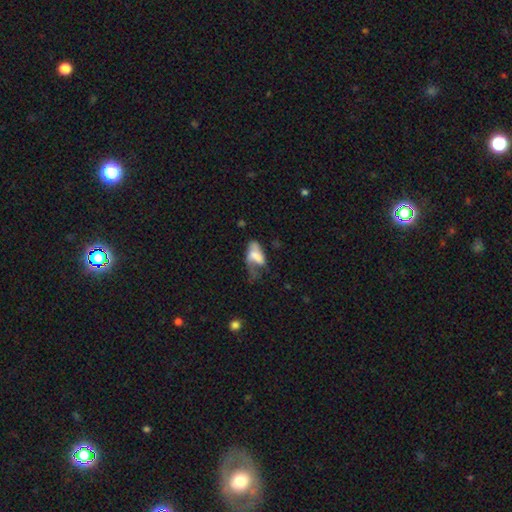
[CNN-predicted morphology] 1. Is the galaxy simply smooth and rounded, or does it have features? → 55% smooth, 35% featured or disk, 10% star or artifact.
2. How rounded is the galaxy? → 86% in between, 10% cigar-shaped, 5% round.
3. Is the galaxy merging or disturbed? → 50% major disturbance, 22% minor disturbance, 19% none, 9% merger.